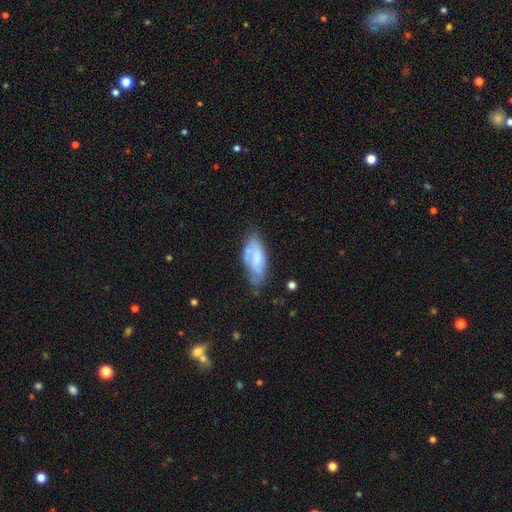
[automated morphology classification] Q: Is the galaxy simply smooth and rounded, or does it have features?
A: smooth — 54%.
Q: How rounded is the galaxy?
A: in between — 83%.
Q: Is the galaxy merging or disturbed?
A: none — 49%.